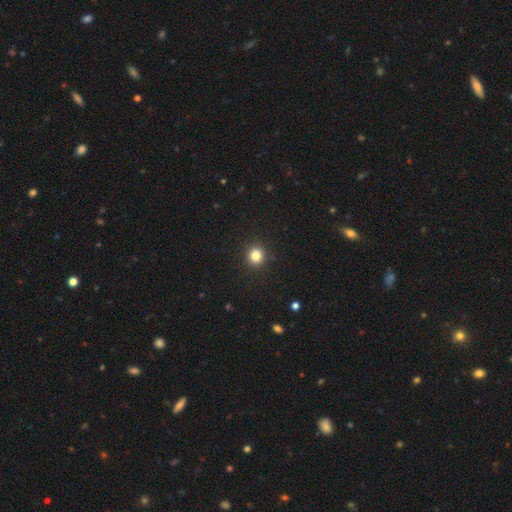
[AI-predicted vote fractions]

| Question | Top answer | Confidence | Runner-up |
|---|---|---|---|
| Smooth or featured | smooth | 83% | star or artifact (12%) |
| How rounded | round | 89% | in between (10%) |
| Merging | none | 91% | minor disturbance (6%) |